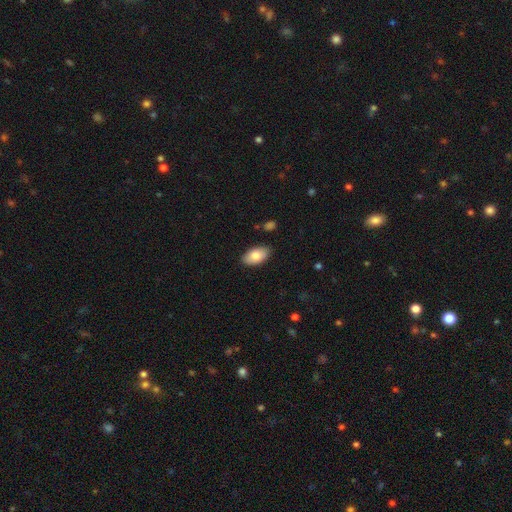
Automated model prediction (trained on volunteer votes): smooth-or-featured: smooth: 82% | featured or disk: 11% | star or artifact: 6%
  how-rounded: in between: 95% | round: 3% | cigar-shaped: 2%
  merging: none: 86% | minor disturbance: 11% | major disturbance: 2% | merger: 2%